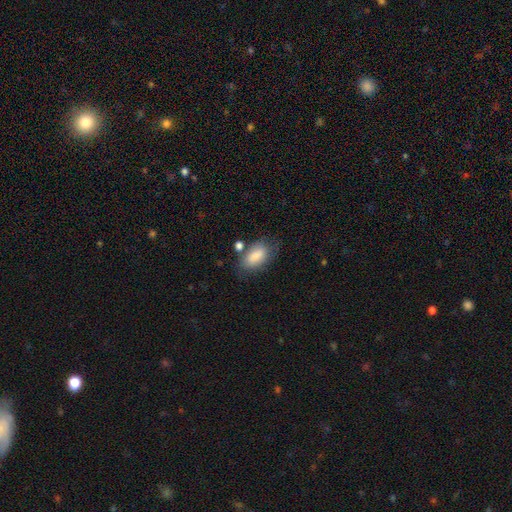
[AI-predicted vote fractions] This appears to be a smooth galaxy with no disk features (82%) that is in between round and cigar-shaped (92%). Merging: none (62%).